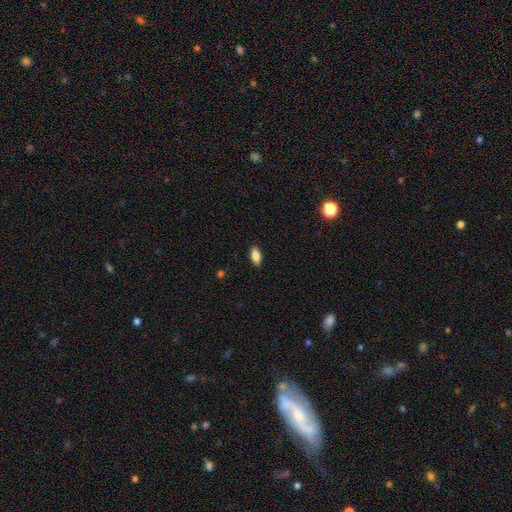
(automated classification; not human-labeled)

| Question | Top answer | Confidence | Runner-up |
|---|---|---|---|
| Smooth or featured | smooth | 83% | featured or disk (9%) |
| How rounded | in between | 86% | cigar-shaped (12%) |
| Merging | none | 88% | minor disturbance (9%) |